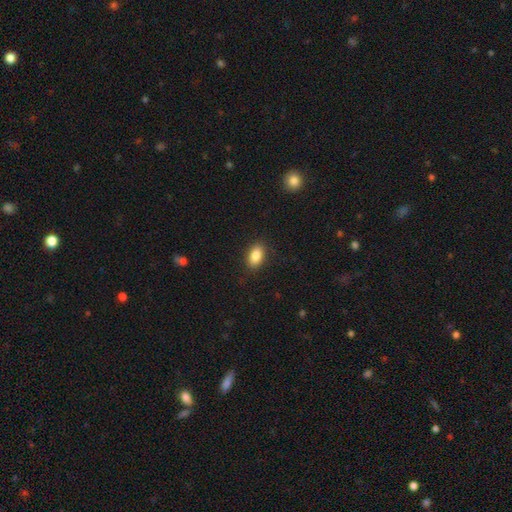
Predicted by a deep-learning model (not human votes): A smooth galaxy with no disk features (87%) that is in between round and cigar-shaped (89%).

Vote fractions:
- Smooth or featured? smooth: 87% / star or artifact: 8% / featured or disk: 5%
- How rounded? in between: 89% / round: 8% / cigar-shaped: 3%
- Merging? none: 88% / minor disturbance: 9% / major disturbance: 2% / merger: 1%